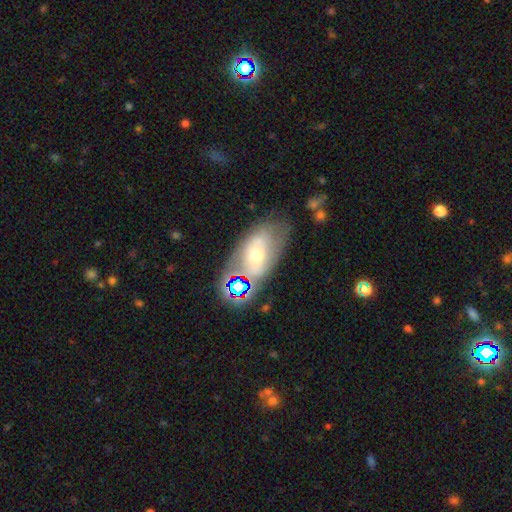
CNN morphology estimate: Smooth or featured: featured or disk — 51% (smooth — 35%)
Edge-on disk: no — 90% (yes — 10%)
Merging: none — 54% (minor disturbance — 23%)